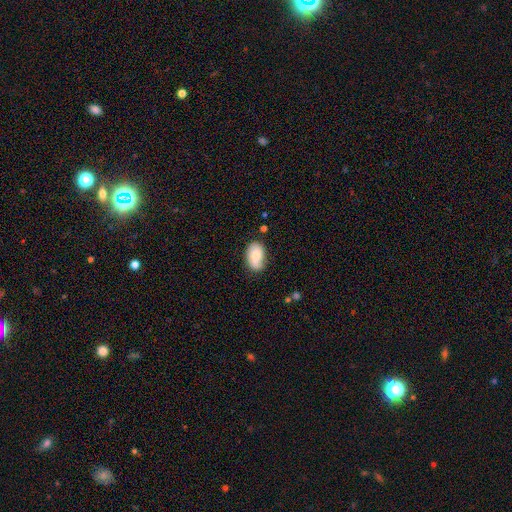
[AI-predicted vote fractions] Smooth or featured? smooth (70%)
How rounded? in between (89%)
Merging? none (63%)